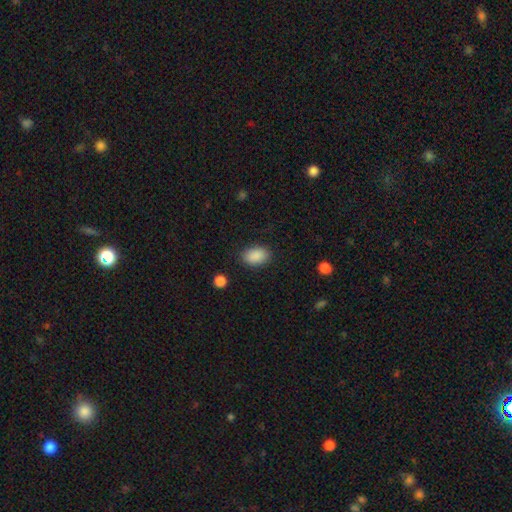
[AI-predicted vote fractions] A smooth galaxy with no disk features (90%) that is in between round and cigar-shaped (88%).

Vote fractions:
- Smooth or featured? smooth: 90% / star or artifact: 7% / featured or disk: 3%
- How rounded? in between: 88% / round: 11% / cigar-shaped: 1%
- Merging? none: 86% / minor disturbance: 10% / major disturbance: 3% / merger: 1%